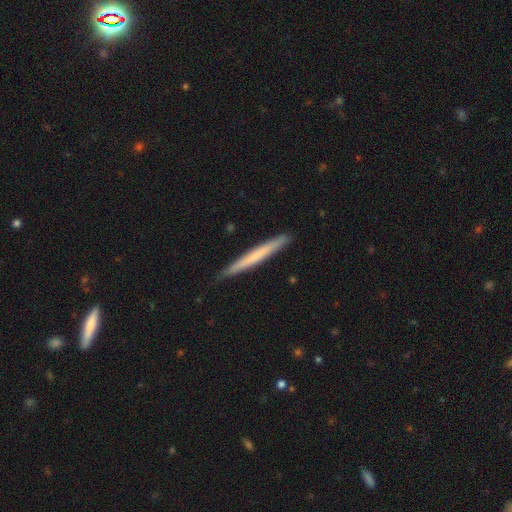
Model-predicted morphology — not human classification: smooth_or_featured: smooth (p=0.59) [alt: featured or disk p=0.36]
how_rounded: cigar-shaped (p=0.97) [alt: in between p=0.02]
merging: none (p=0.89) [alt: minor disturbance p=0.09]